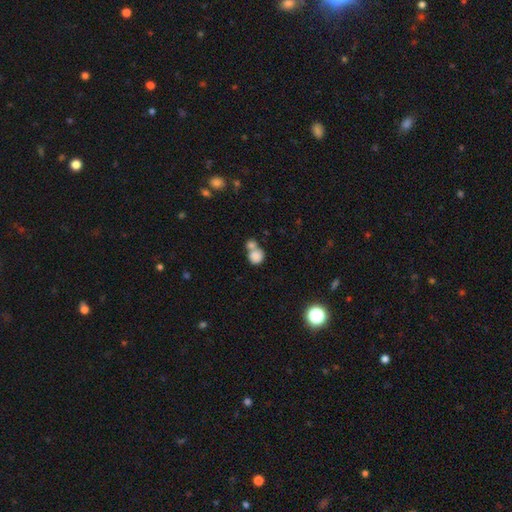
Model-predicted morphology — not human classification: Overall: smooth (83%). How rounded: round (81%). Merging: merger (54%; none 34%).